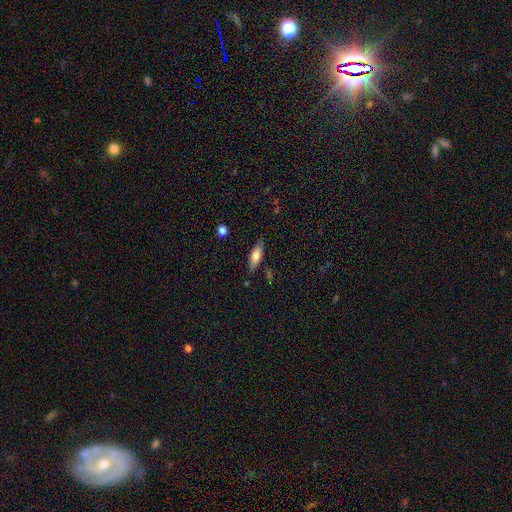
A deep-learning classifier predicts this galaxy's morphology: type=smooth (70%); roundness=in between (50%); merging=none (81%).